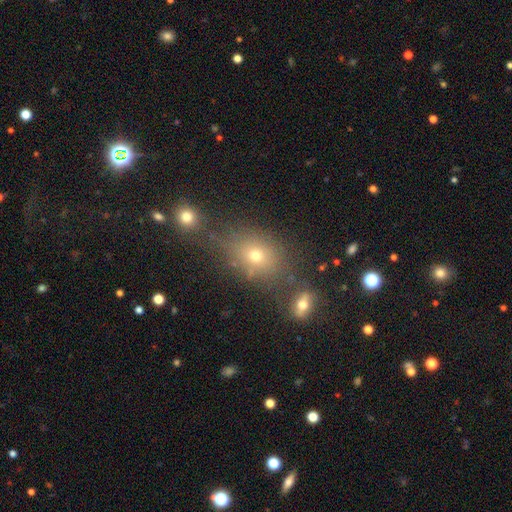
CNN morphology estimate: Q: Smooth or featured?
A: smooth (66%); runner-up: star or artifact (20%)
Q: How rounded?
A: in between (53%); runner-up: round (45%)
Q: Merging?
A: none (62%); runner-up: merger (18%)